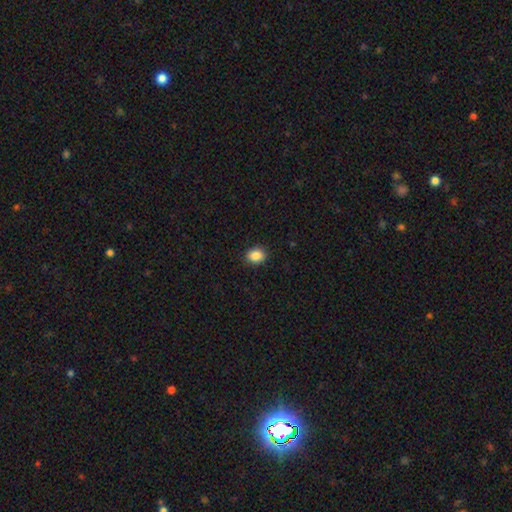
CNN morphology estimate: The model was most divided on "how rounded": in between: 55%, round: 44%, cigar-shaped: 1%. More confident: merging — none (89%); smooth or featured — smooth (87%).